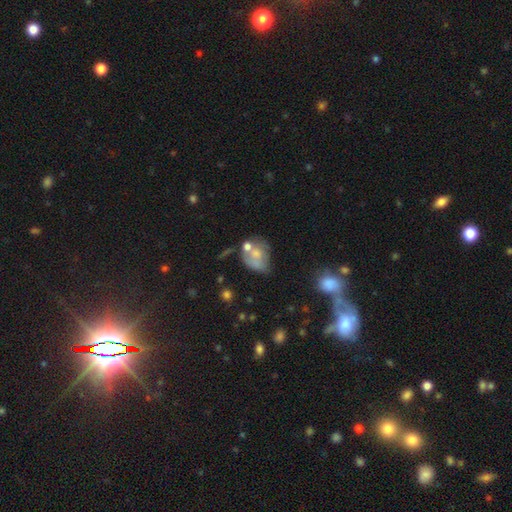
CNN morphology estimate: A smooth galaxy with no disk features (52%) that is in between round and cigar-shaped (59%). Merging: none (29%).